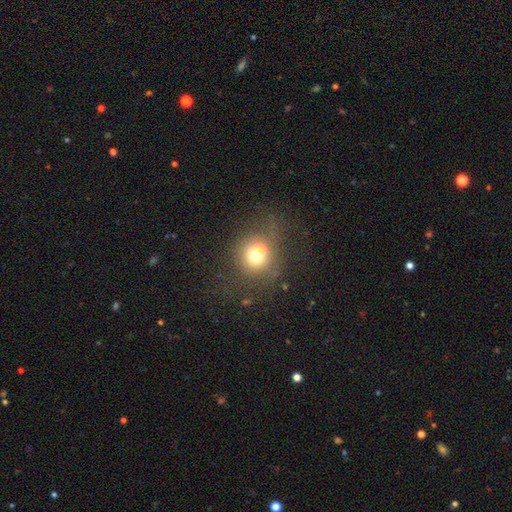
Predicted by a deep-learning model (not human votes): smooth 61%, featured or disk 24%, star or artifact 14%. Down the decision tree: how rounded — round (84%); merging — merger (52%).